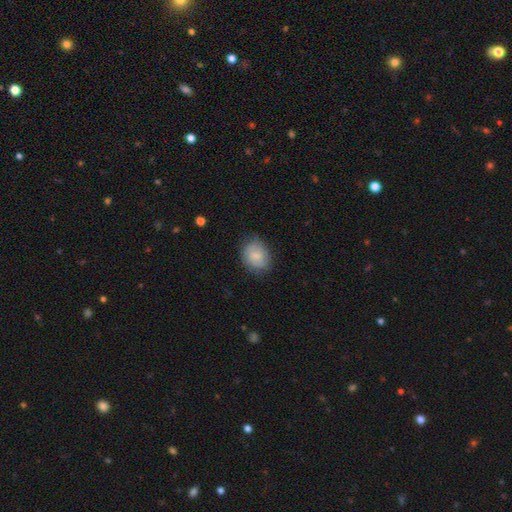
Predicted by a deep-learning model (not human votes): smooth_or_featured: smooth (p=0.69) [alt: featured or disk p=0.24]
how_rounded: in between (p=0.50) [alt: round p=0.49]
merging: none (p=0.74) [alt: minor disturbance p=0.20]